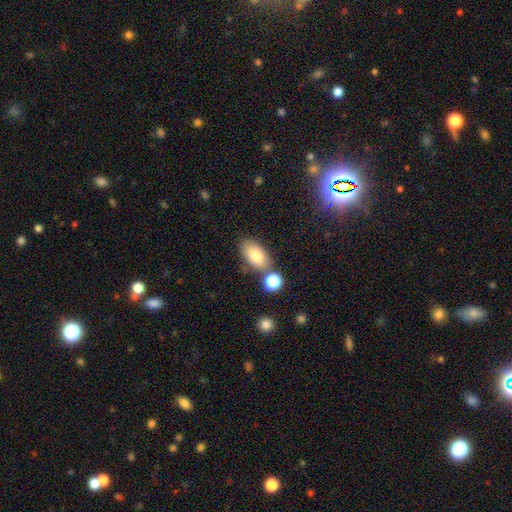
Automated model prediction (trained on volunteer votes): A smooth galaxy with no disk features (82%) that is in between round and cigar-shaped (92%).

Vote fractions:
- Smooth or featured? smooth: 82% / featured or disk: 10% / star or artifact: 8%
- How rounded? in between: 92% / round: 5% / cigar-shaped: 3%
- Merging? none: 67% / merger: 15% / minor disturbance: 14% / major disturbance: 4%